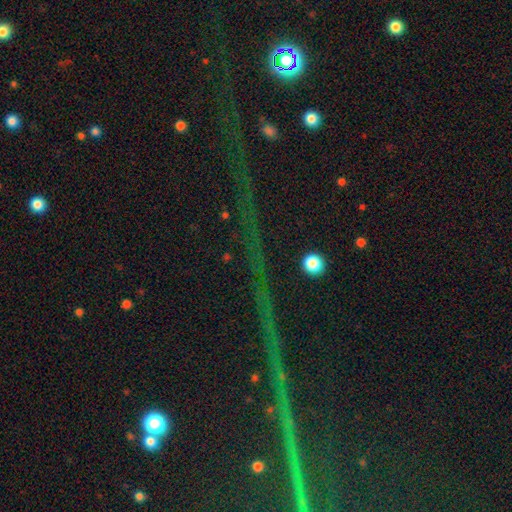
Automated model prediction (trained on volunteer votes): Overall: star or artifact (79%).